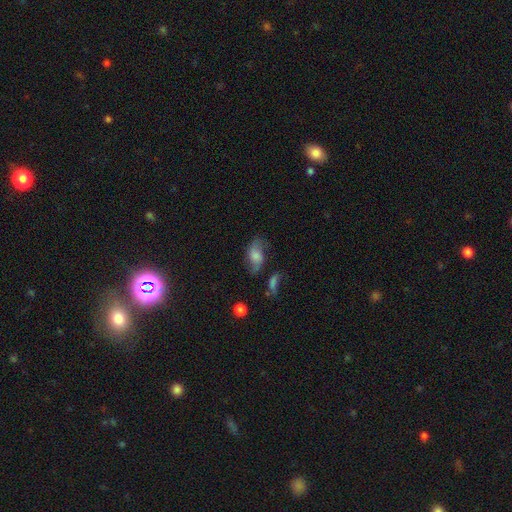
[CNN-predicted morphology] Smooth or featured: featured or disk — 46% (smooth — 43%)
Merging: none — 54% (minor disturbance — 24%)